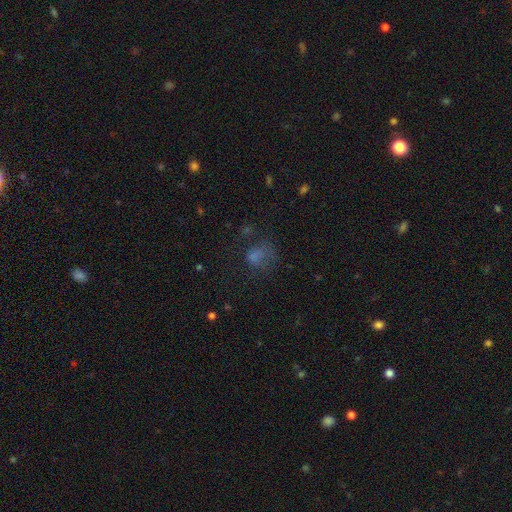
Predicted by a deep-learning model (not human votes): A smooth galaxy with no disk features (52%) that is round (52%). Merging: none (45%).